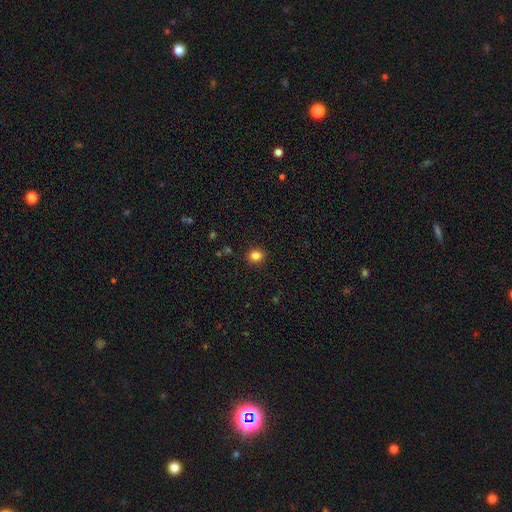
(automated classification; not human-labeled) smooth-or-featured: smooth: 84% | star or artifact: 12% | featured or disk: 5%
  how-rounded: round: 75% | in between: 24% | cigar-shaped: 1%
  merging: none: 90% | minor disturbance: 6% | major disturbance: 2% | merger: 1%